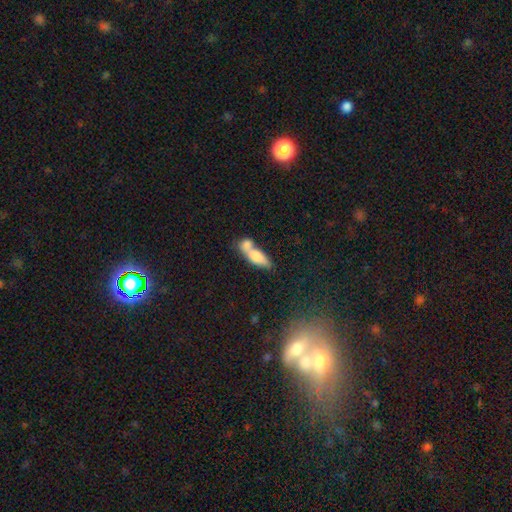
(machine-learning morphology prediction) This is likely a smooth galaxy (69%). How rounded: likely in between (60%). Merging: possibly merger (57%).